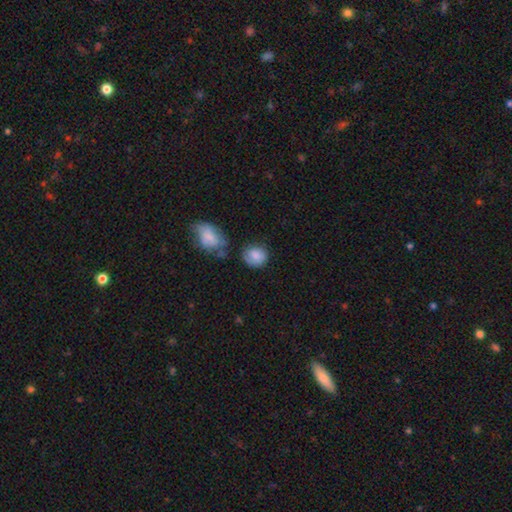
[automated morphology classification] This is clearly a smooth galaxy (80%). How rounded: likely round (67%). Merging: possibly none (58%).